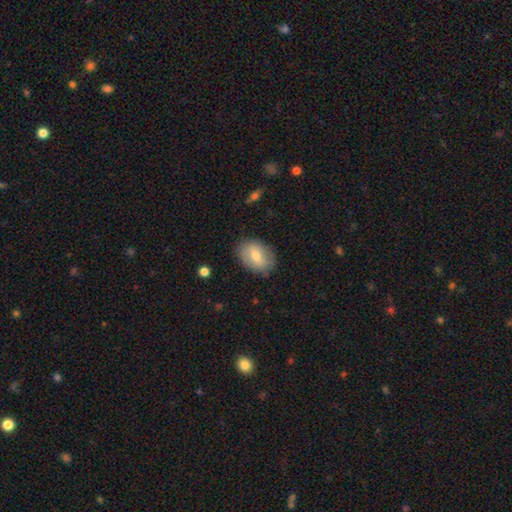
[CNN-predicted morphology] type=smooth (65%); roundness=in between (77%); merging=none (82%).